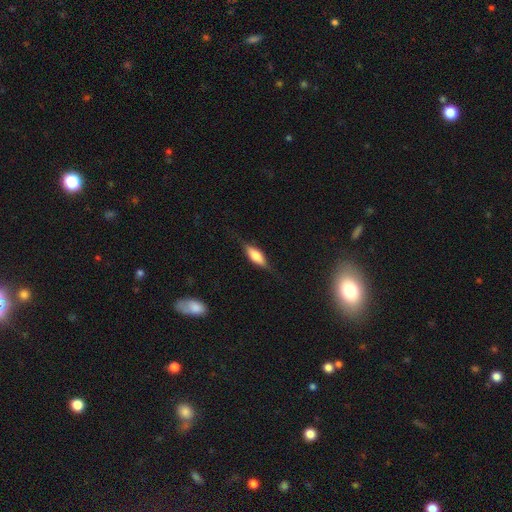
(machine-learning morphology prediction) type=smooth (52%); roundness=in between (57%); merging=none (76%).